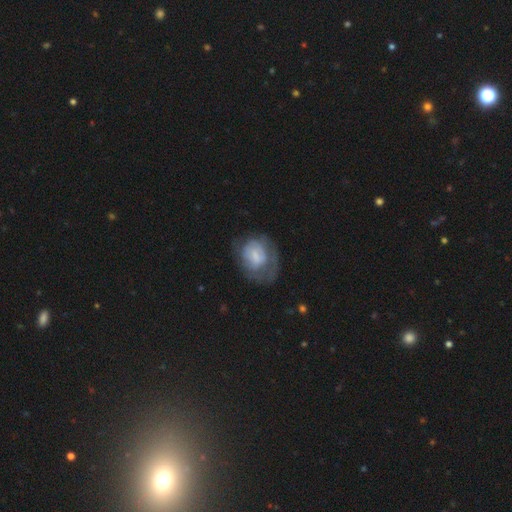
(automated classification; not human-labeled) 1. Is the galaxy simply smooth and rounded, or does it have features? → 48% featured or disk, 44% smooth, 8% star or artifact.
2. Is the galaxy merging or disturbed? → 41% none, 31% major disturbance, 26% minor disturbance, 2% merger.